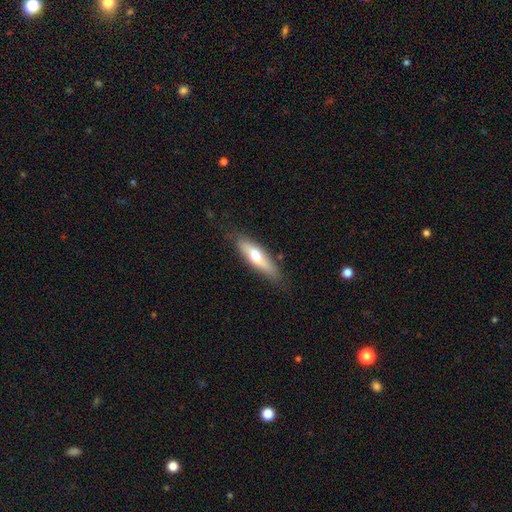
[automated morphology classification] Smooth or featured: smooth — 61% (featured or disk — 33%)
How rounded: cigar-shaped — 64% (in between — 35%)
Merging: none — 73% (minor disturbance — 20%)